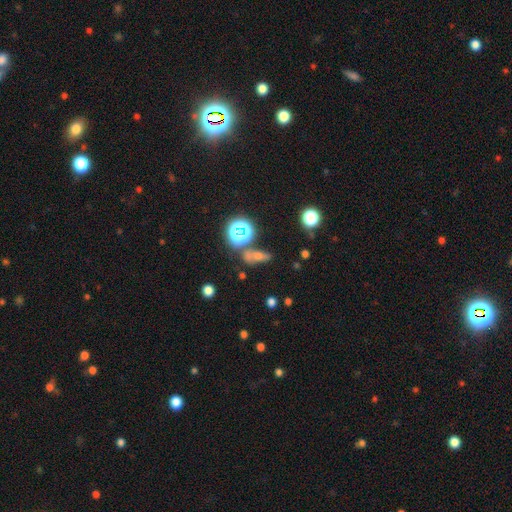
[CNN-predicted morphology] Q: Smooth or featured?
A: smooth (50%); runner-up: star or artifact (31%)
Q: Merging?
A: none (52%); runner-up: merger (20%)